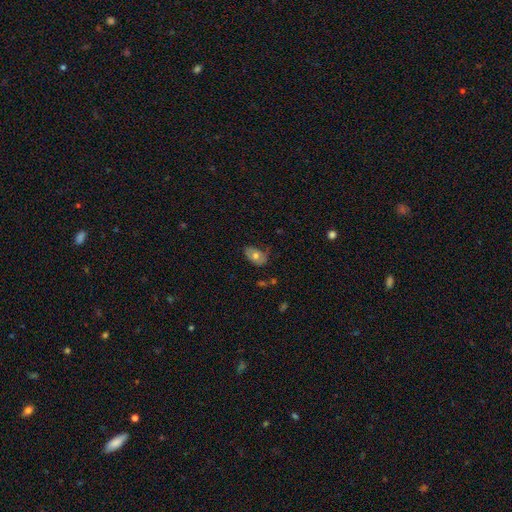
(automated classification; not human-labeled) A smooth galaxy with no disk features (60%) that is in between round and cigar-shaped (84%). Merging: none (52%).